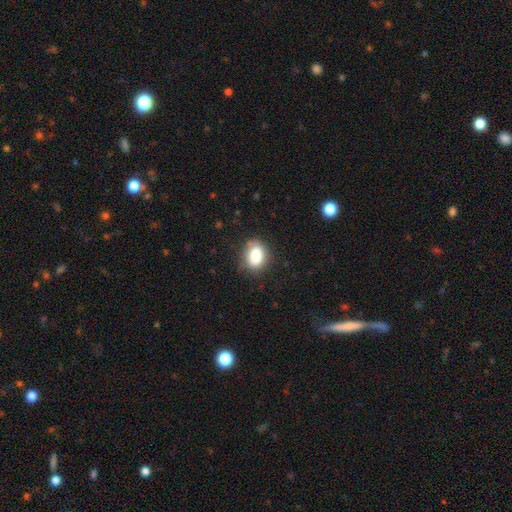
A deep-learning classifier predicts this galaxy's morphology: This is clearly a smooth galaxy (84%). How rounded: likely in between (72%). Merging: likely none (77%).